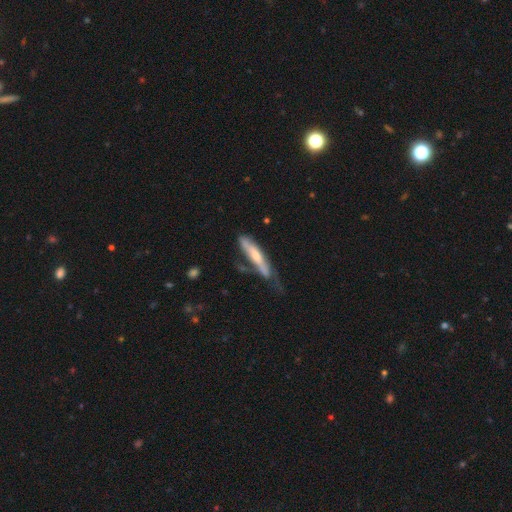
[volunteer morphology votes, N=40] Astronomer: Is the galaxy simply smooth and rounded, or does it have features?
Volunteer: featured or disk — 50% (runner-up: smooth, 48%).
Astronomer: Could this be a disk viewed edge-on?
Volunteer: yes — 85%.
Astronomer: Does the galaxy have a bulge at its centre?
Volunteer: rounded — 53% (runner-up: none, 35%).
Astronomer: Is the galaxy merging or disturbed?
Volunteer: minor disturbance — 44% (runner-up: major disturbance, 38%).